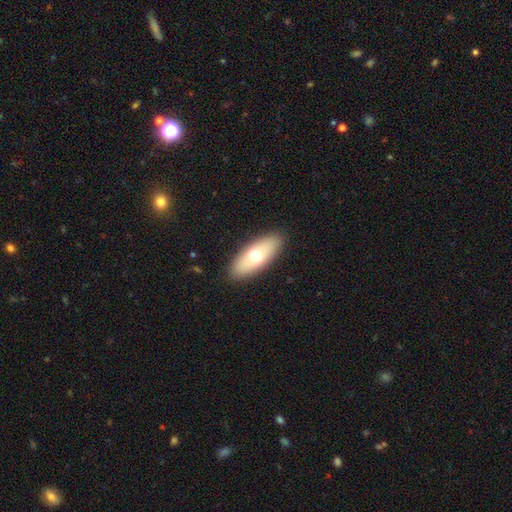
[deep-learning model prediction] Morphology: type=smooth (63%); roundness=in between (76%); merging=none (89%).